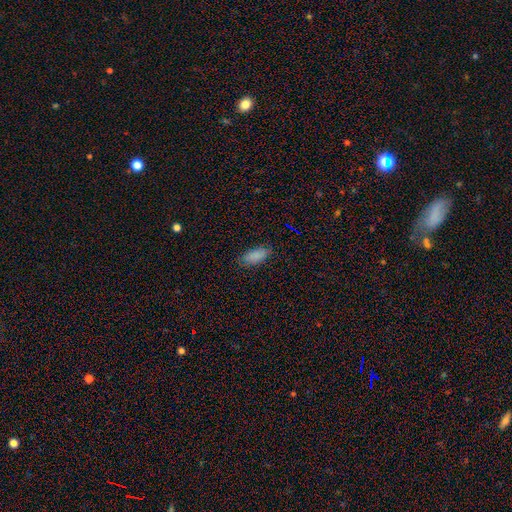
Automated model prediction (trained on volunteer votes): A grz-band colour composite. It shows a smooth galaxy with no disk features (86%) that is in between round and cigar-shaped (86%). Merging: none (84%).